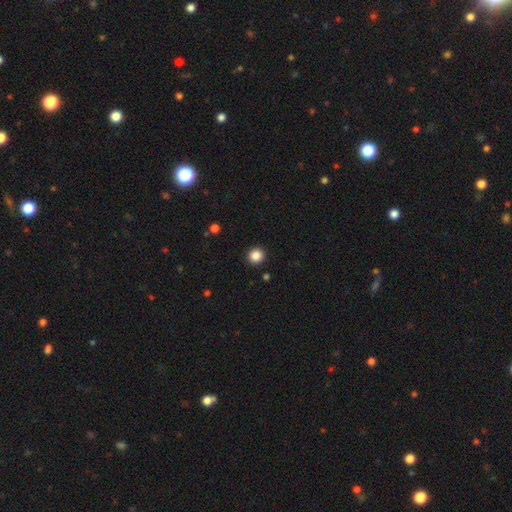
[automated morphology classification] Smooth or featured?
  - smooth: 85% *
  - star or artifact: 11%
  - featured or disk: 4%
How rounded?
  - round: 94% *
  - in between: 5%
  - cigar-shaped: 1%
Merging?
  - none: 93% *
  - minor disturbance: 4%
  - major disturbance: 2%
  - merger: 1%